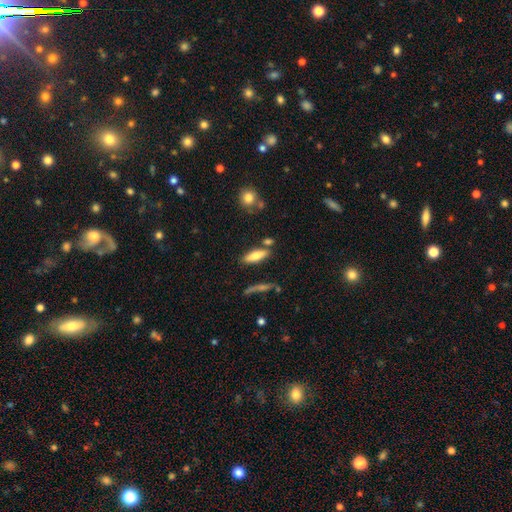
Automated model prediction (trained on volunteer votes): smooth-or-featured: smooth: 68% | featured or disk: 25% | star or artifact: 7%
  how-rounded: in between: 53% | cigar-shaped: 44% | round: 3%
  merging: none: 74% | minor disturbance: 13% | merger: 9% | major disturbance: 4%